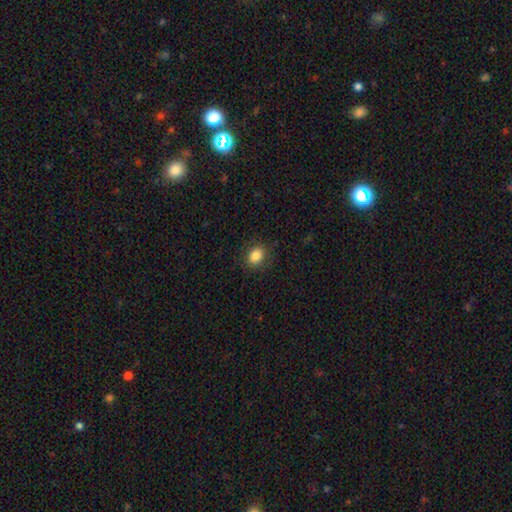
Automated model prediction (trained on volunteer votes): Smooth or featured? smooth (86%)
How rounded? in between (55%)
Merging? none (86%)